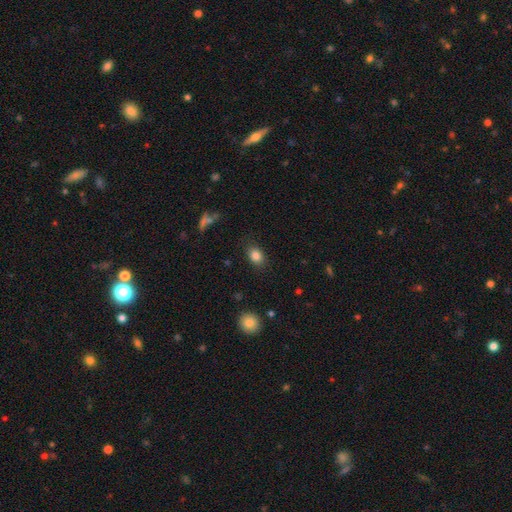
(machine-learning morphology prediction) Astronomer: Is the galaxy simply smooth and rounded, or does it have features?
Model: smooth — 84%.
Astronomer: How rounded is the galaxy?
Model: in between — 70%.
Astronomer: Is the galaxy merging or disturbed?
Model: none — 84%.